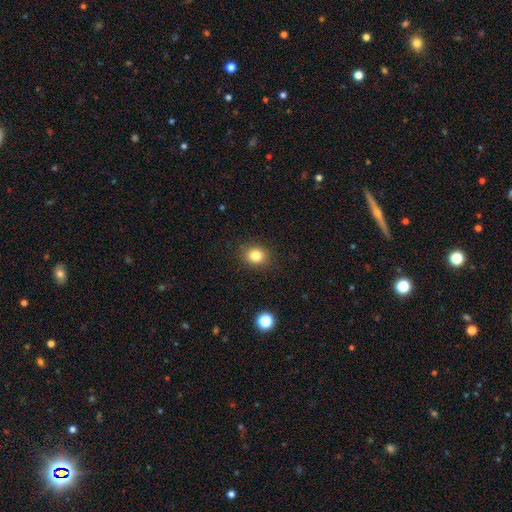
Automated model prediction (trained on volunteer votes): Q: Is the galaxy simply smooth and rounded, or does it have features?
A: smooth — 82%.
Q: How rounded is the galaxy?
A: round — 71%.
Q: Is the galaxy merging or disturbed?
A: none — 89%.